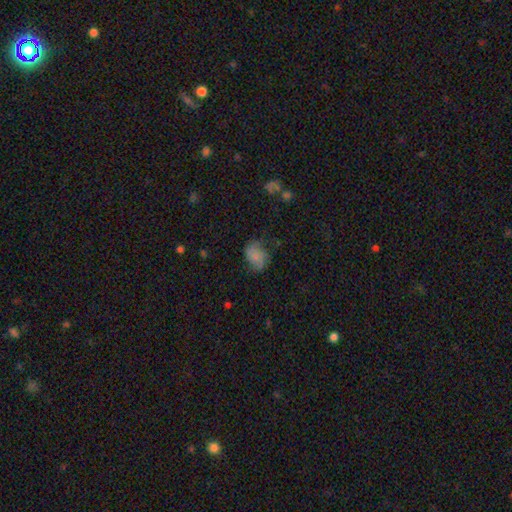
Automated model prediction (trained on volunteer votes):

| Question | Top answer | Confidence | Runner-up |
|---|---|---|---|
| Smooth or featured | smooth | 64% | featured or disk (27%) |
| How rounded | in between | 68% | round (31%) |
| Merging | none | 58% | minor disturbance (28%) |